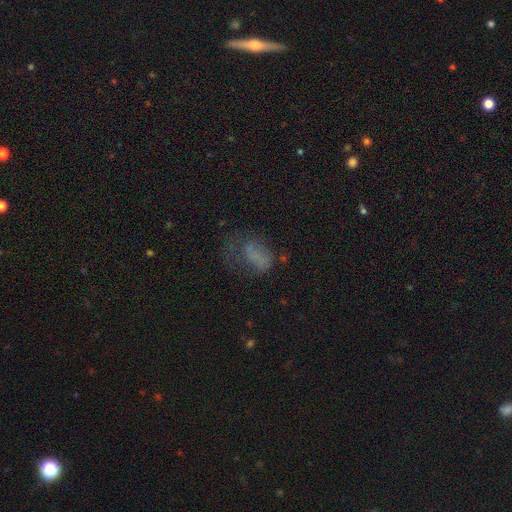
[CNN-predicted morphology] This appears to be a smooth galaxy with no disk features (54%) that is in between round and cigar-shaped (84%). Merging: major disturbance (44%).